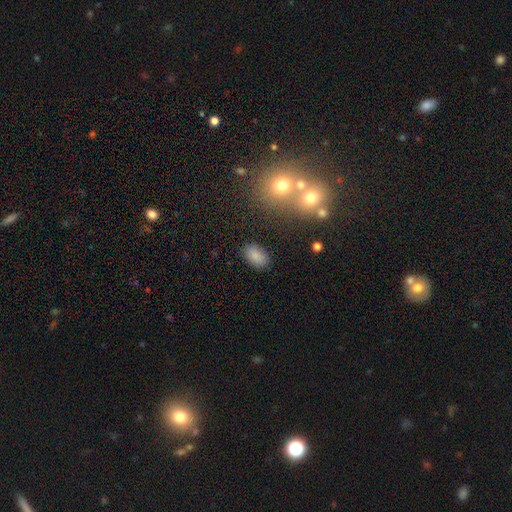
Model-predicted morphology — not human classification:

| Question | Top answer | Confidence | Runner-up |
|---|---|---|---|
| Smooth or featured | smooth | 84% | star or artifact (10%) |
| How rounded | in between | 91% | round (8%) |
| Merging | none | 85% | minor disturbance (10%) |